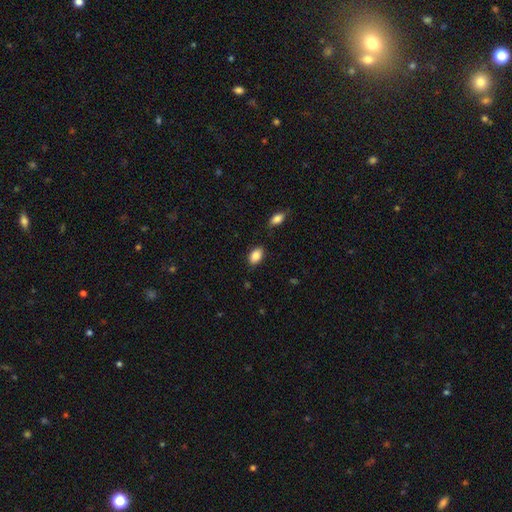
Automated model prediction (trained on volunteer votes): Smooth or featured: smooth — 87% (star or artifact — 8%)
How rounded: in between — 90% (round — 8%)
Merging: none — 83% (minor disturbance — 12%)